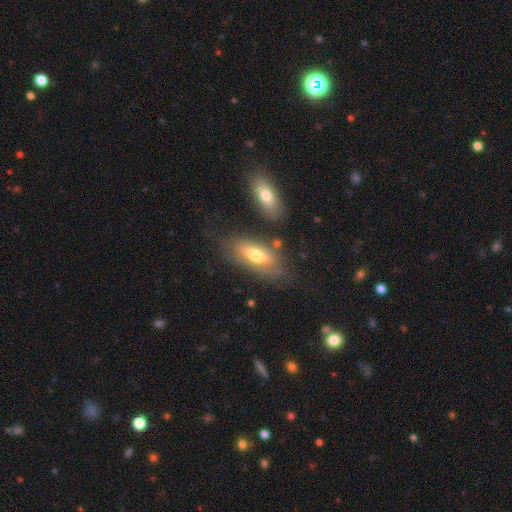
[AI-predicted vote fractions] Smooth or featured: smooth — 61% (featured or disk — 31%)
How rounded: in between — 82% (cigar-shaped — 15%)
Merging: none — 64% (minor disturbance — 19%)